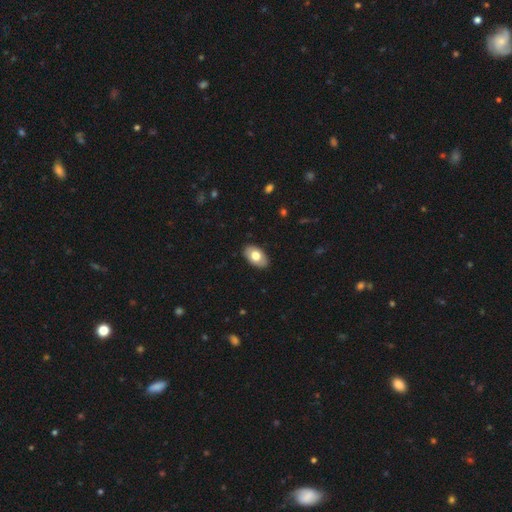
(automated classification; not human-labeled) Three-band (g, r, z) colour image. It shows a smooth galaxy with no disk features (71%) that is in between round and cigar-shaped (92%). Merging: none (88%).